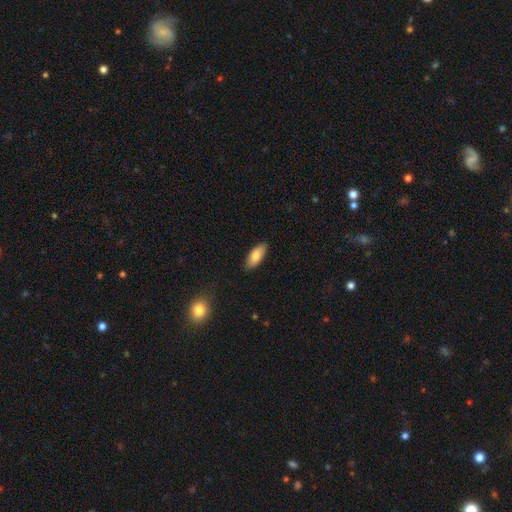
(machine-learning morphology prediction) Smooth or featured: smooth — 80% (featured or disk — 14%)
How rounded: in between — 82% (cigar-shaped — 16%)
Merging: none — 87% (minor disturbance — 10%)